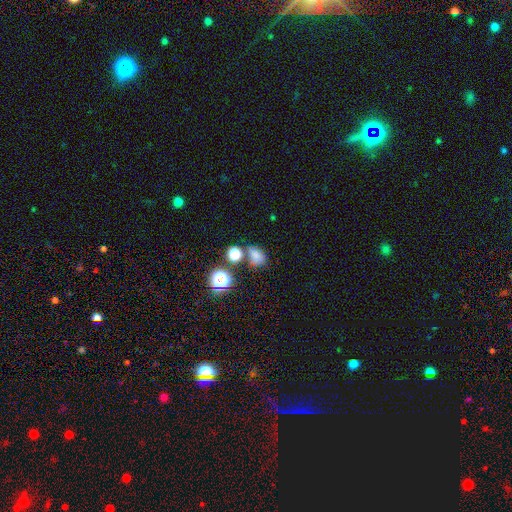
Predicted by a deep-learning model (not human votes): This appears to be a smooth galaxy with no disk features (72%) that is in between round and cigar-shaped (66%). Merging: none (57%).